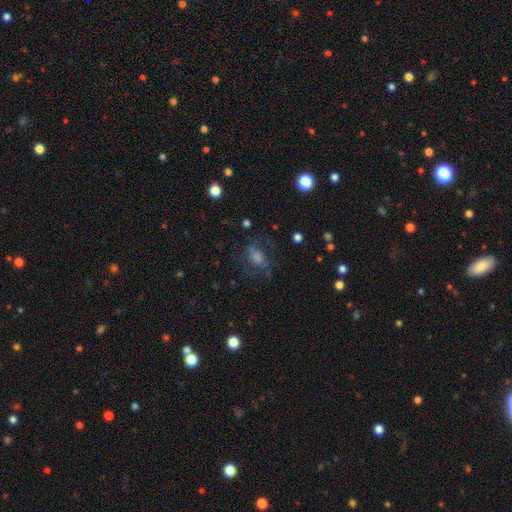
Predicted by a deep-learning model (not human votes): smooth_or_featured: featured or disk (p=0.47) [alt: smooth p=0.31]
merging: none (p=0.59) [alt: major disturbance p=0.21]